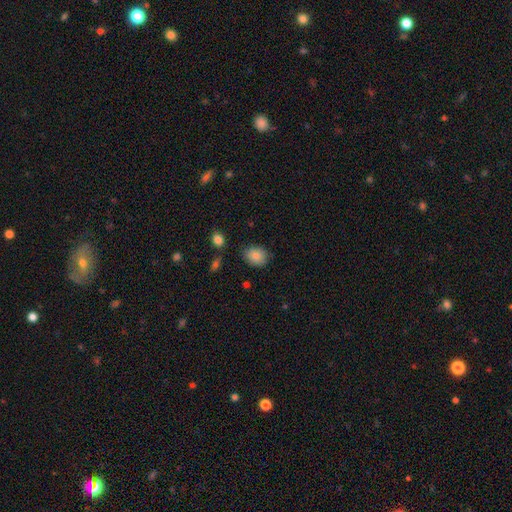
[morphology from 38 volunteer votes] Overall: smooth (92%). How rounded: in between (54%; round 46%). Merging: none (86%).